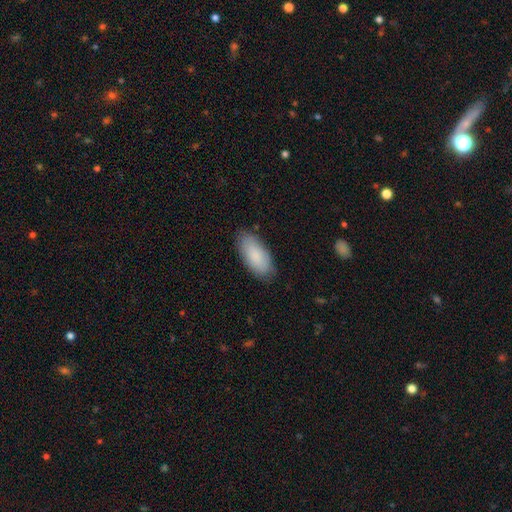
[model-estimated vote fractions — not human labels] Overall: smooth (85%). How rounded: in between (91%). Merging: none (83%).